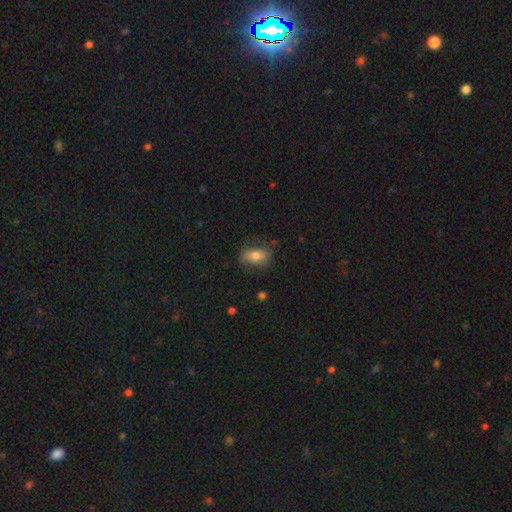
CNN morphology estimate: type=smooth (67%); roundness=in between (83%); merging=none (69%).